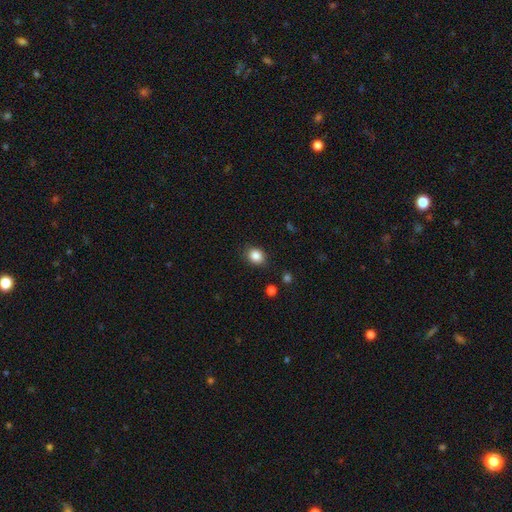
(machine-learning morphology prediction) Smooth or featured? smooth (86%)
How rounded? round (60%)
Merging? none (85%)